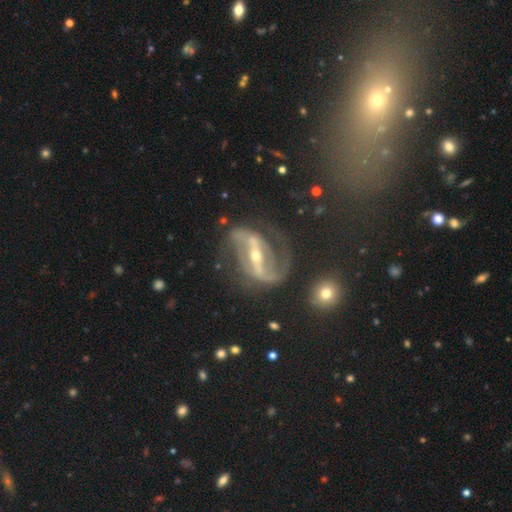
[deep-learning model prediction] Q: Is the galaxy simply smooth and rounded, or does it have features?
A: featured or disk — 89%.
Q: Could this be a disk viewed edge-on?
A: no — 94%.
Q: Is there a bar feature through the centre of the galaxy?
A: strong — 73%.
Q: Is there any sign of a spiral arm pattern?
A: yes — 95%.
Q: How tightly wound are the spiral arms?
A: medium — 46%.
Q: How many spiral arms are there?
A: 2 — 88%.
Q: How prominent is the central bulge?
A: small — 57%.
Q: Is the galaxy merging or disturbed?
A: none — 62%.